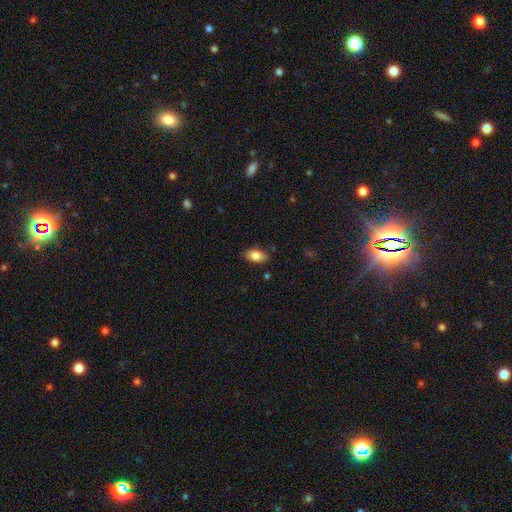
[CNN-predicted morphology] Smooth or featured?
  - smooth: 83% *
  - featured or disk: 9%
  - star or artifact: 7%
How rounded?
  - in between: 91% *
  - round: 5%
  - cigar-shaped: 4%
Merging?
  - none: 83% *
  - minor disturbance: 13%
  - major disturbance: 3%
  - merger: 2%